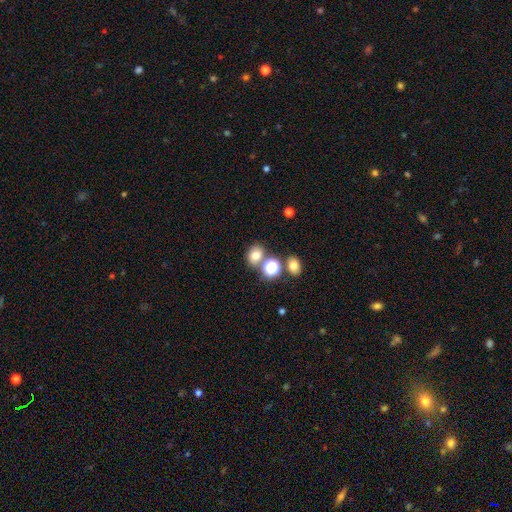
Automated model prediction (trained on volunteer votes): Smooth or featured? Predicted: smooth (p=0.76). How rounded? Predicted: round (p=0.50). Merging? Predicted: none (p=0.65).